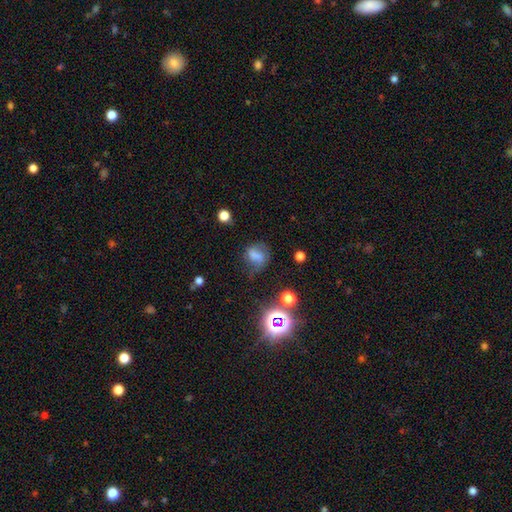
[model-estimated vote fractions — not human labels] Smooth or featured? smooth (59%)
How rounded? round (49%)
Merging? none (45%)